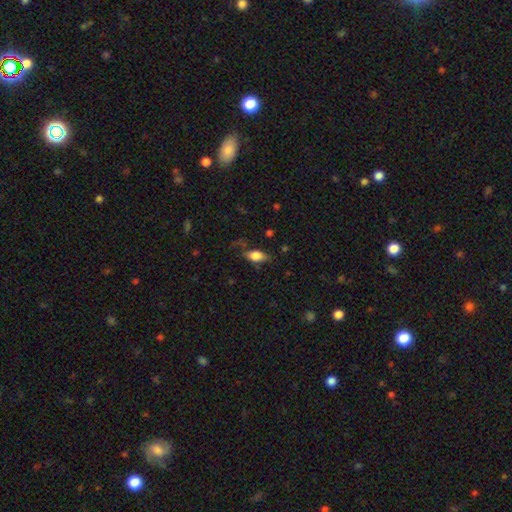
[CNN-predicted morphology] Smooth or featured? Predicted: smooth (p=0.76). How rounded? Predicted: in between (p=0.85). Merging? Predicted: none (p=0.61).